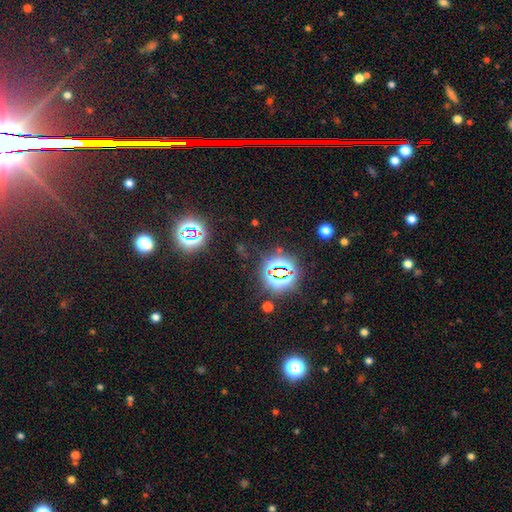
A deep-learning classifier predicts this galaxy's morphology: Q: Smooth or featured?
A: star or artifact (77%); runner-up: smooth (15%)